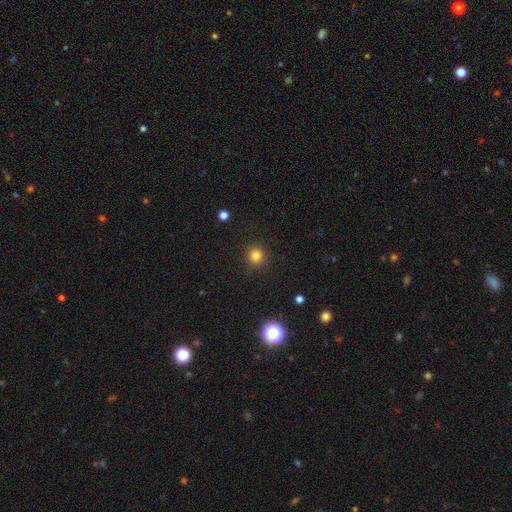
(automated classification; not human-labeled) Smooth or featured? smooth (82%)
How rounded? round (91%)
Merging? none (89%)